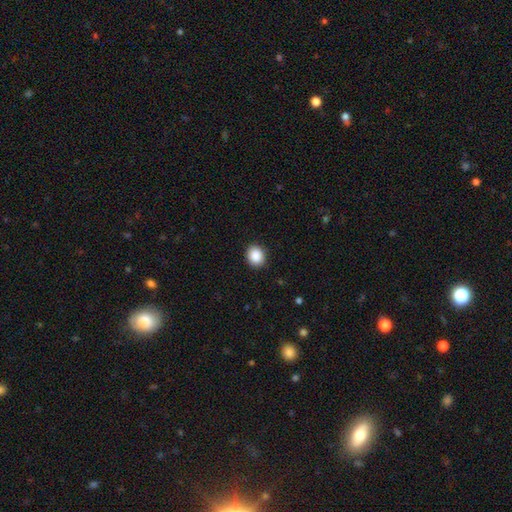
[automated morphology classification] Smooth or featured? Predicted: smooth (p=0.89). How rounded? Predicted: round (p=0.70). Merging? Predicted: none (p=0.90).